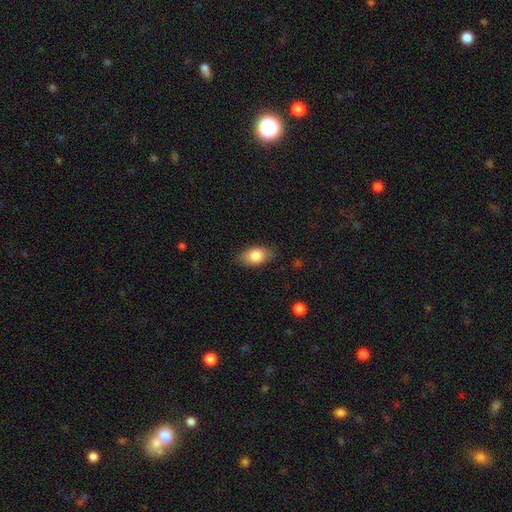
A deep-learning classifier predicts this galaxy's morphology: A smooth galaxy with no disk features (82%) that is in between round and cigar-shaped (89%). Merging: none (82%).